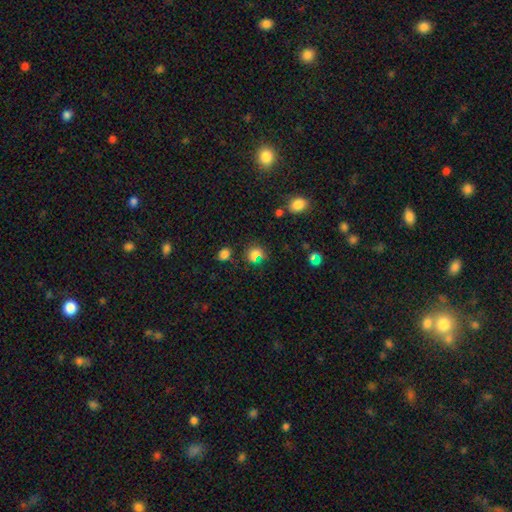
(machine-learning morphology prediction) A smooth galaxy with no disk features (70%) that is round (74%).

Vote fractions:
- Smooth or featured? smooth: 70% / star or artifact: 22% / featured or disk: 8%
- How rounded? round: 74% / in between: 24% / cigar-shaped: 1%
- Merging? none: 69% / minor disturbance: 14% / merger: 12% / major disturbance: 5%